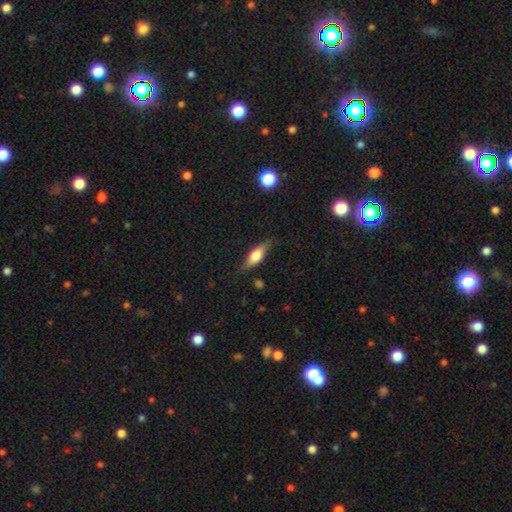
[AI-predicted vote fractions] smooth-or-featured: smooth: 56% | featured or disk: 37% | star or artifact: 7%
  how-rounded: in between: 62% | cigar-shaped: 34% | round: 4%
  merging: none: 75% | minor disturbance: 18% | major disturbance: 5% | merger: 2%